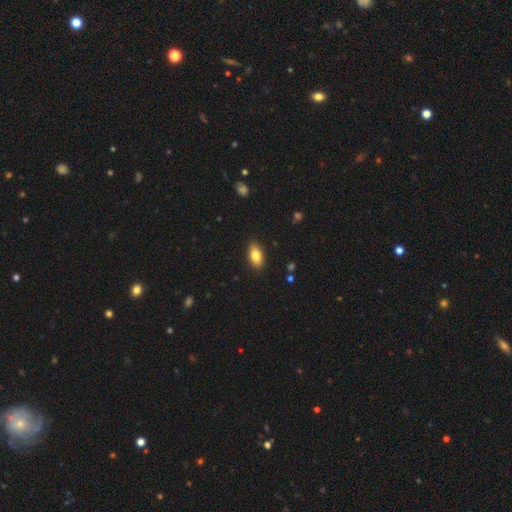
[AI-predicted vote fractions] A smooth galaxy with no disk features (83%) that is in between round and cigar-shaped (91%). Merging: none (88%).